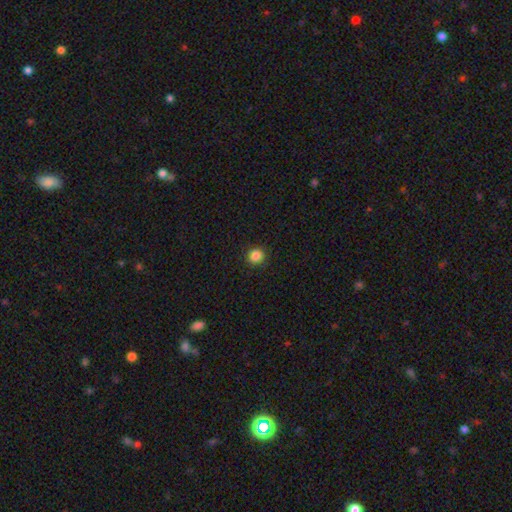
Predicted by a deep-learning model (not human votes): This appears to be a smooth galaxy with no disk features (85%) that is round (89%). Merging: none (91%).